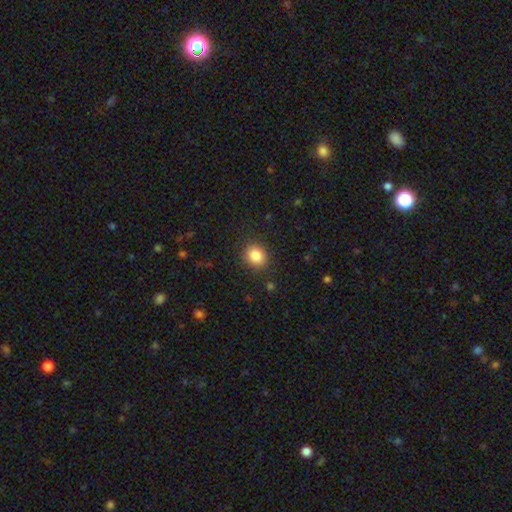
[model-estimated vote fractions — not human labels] smooth_or_featured: smooth (p=0.86) [alt: star or artifact p=0.10]
how_rounded: round (p=0.62) [alt: in between p=0.37]
merging: none (p=0.87) [alt: minor disturbance p=0.09]